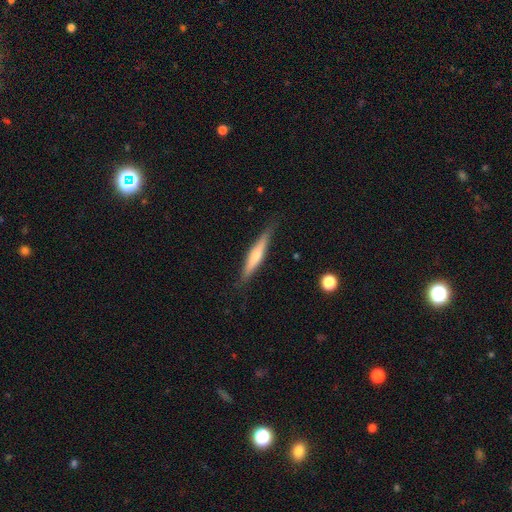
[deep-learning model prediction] This is possibly a smooth galaxy (51%). How rounded: clearly cigar-shaped (91%). Merging: clearly none (86%).